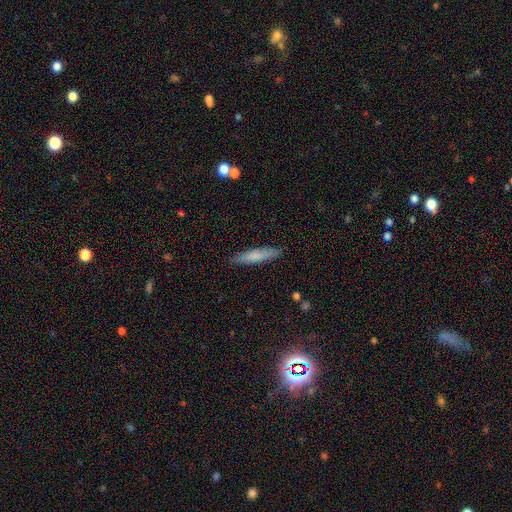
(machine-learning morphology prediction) Smooth or featured? smooth (76%)
How rounded? cigar-shaped (84%)
Merging? none (88%)